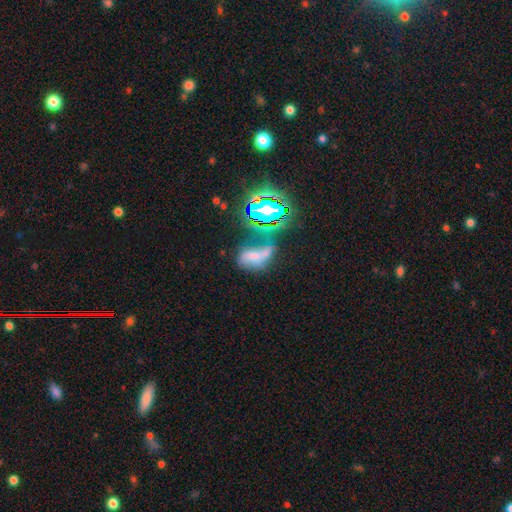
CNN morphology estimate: Q: Smooth or featured?
A: smooth (37%); runner-up: featured or disk (33%)
Q: Merging?
A: none (33%); runner-up: merger (24%)